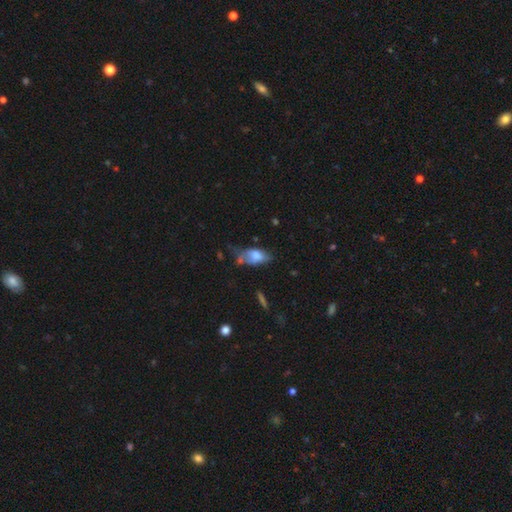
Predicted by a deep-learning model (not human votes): smooth 63%, featured or disk 28%, star or artifact 9%. Down the decision tree: how rounded — in between (88%); merging — minor disturbance (34%).